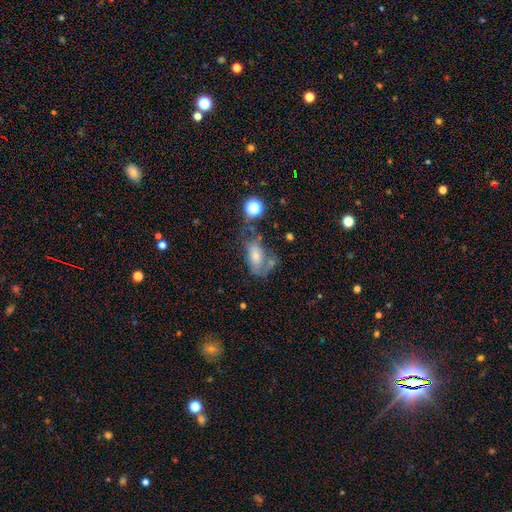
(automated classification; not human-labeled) Smooth or featured: smooth — 57% (featured or disk — 32%)
How rounded: in between — 87% (round — 8%)
Merging: none — 33% (major disturbance — 29%)